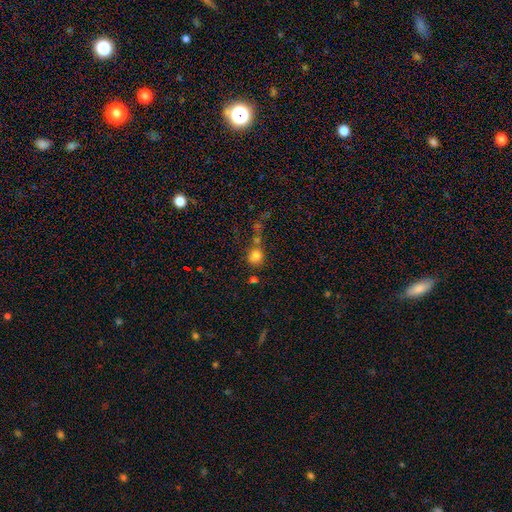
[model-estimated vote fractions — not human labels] Q: Smooth or featured?
A: smooth (79%); runner-up: star or artifact (13%)
Q: How rounded?
A: round (83%); runner-up: in between (16%)
Q: Merging?
A: none (54%); runner-up: merger (25%)